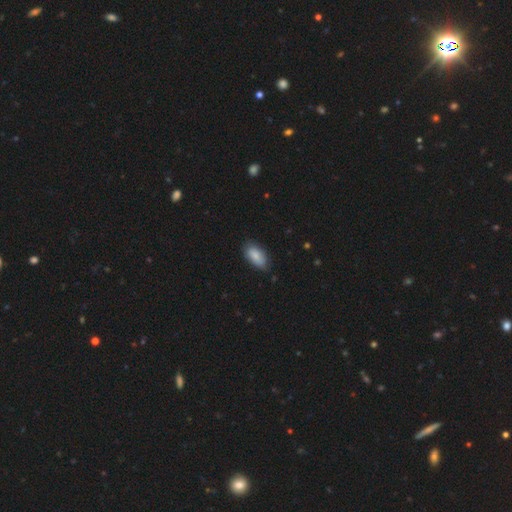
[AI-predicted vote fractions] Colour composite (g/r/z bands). It shows a smooth galaxy with no disk features (82%) that is in between round and cigar-shaped (93%). Merging: none (76%).